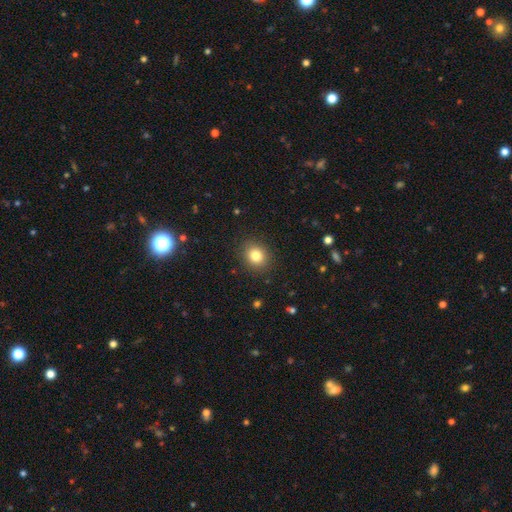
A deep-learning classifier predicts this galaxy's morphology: smooth_or_featured: smooth (p=0.82) [alt: star or artifact p=0.11]
how_rounded: round (p=0.71) [alt: in between p=0.28]
merging: none (p=0.89) [alt: minor disturbance p=0.07]